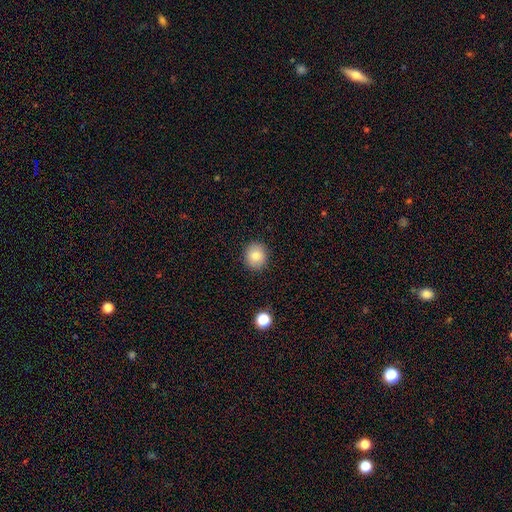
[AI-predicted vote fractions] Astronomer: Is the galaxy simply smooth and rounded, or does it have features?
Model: smooth — 83%.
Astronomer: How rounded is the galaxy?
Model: round — 86%.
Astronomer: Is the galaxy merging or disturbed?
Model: none — 91%.